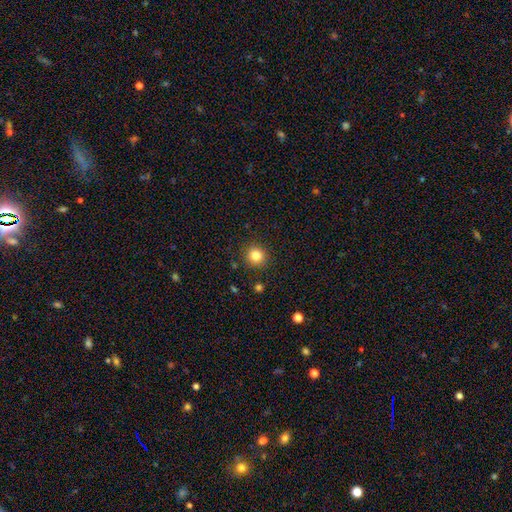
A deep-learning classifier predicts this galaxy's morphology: This appears to be a smooth galaxy with no disk features (84%) that is round (92%). Merging: none (89%).